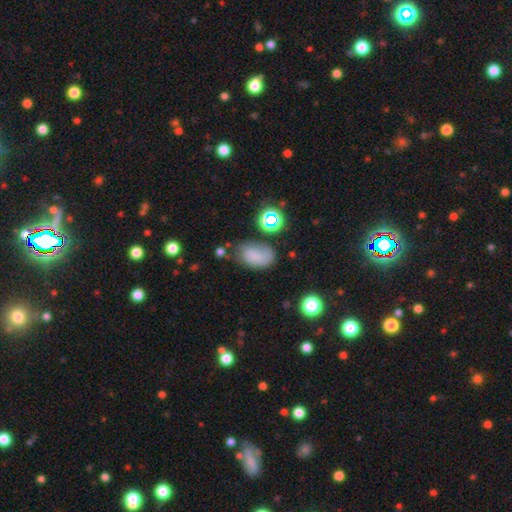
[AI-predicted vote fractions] Smooth or featured: smooth — 72% (star or artifact — 15%)
How rounded: in between — 87% (round — 11%)
Merging: none — 55% (minor disturbance — 28%)